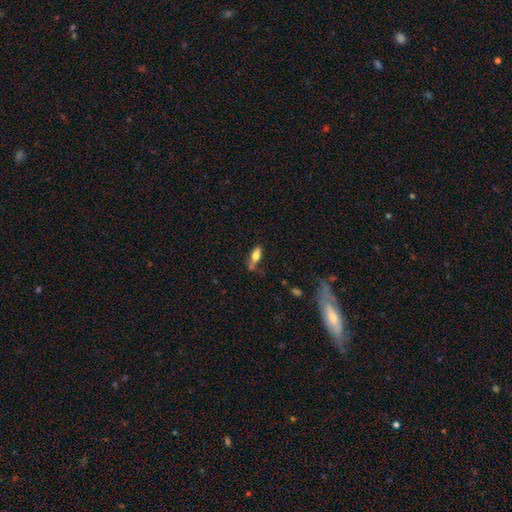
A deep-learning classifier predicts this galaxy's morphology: smooth_or_featured: smooth (p=0.64) [alt: featured or disk p=0.29]
how_rounded: in between (p=0.67) [alt: cigar-shaped p=0.29]
merging: none (p=0.57) [alt: minor disturbance p=0.23]